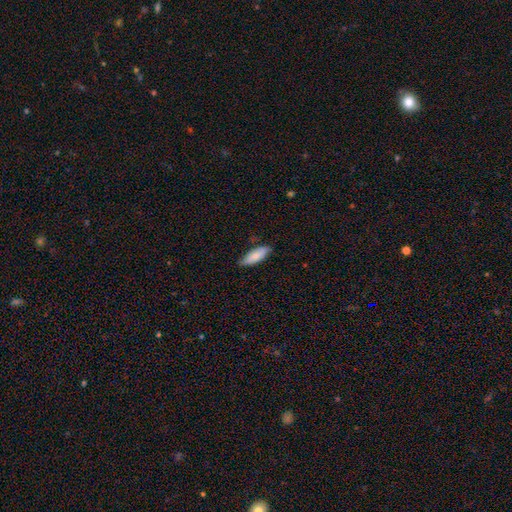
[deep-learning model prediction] Smooth or featured? smooth (80%)
How rounded? in between (67%)
Merging? none (78%)